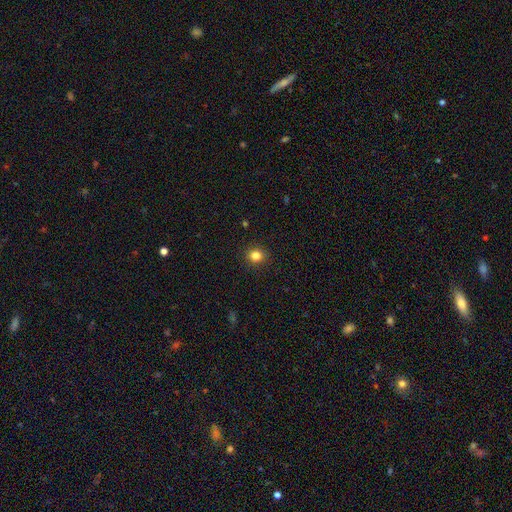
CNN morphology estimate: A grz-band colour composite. It shows a smooth galaxy with no disk features (83%) that is round (85%). Merging: none (92%).